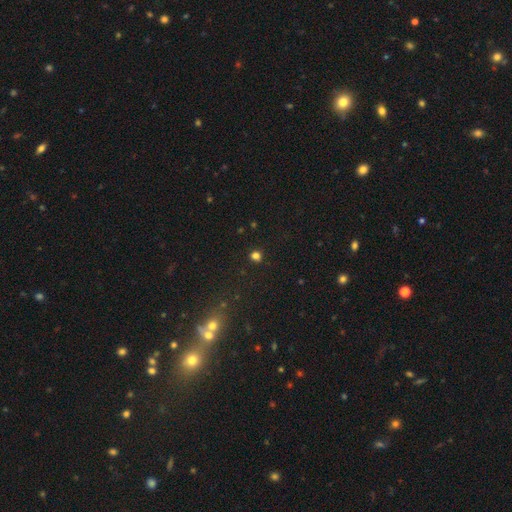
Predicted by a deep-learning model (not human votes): This is likely a smooth galaxy (76%). How rounded: clearly round (88%). Merging: clearly none (90%).